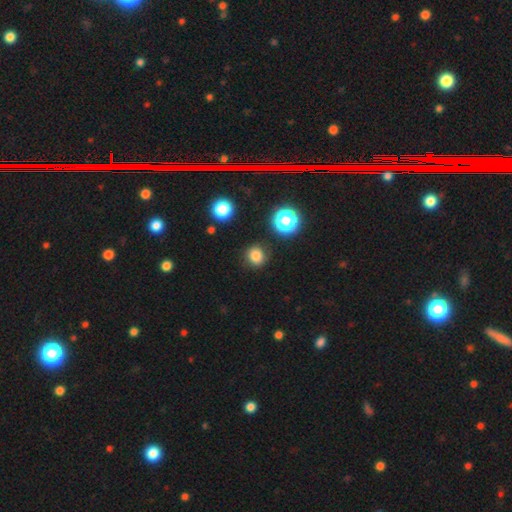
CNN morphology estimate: The model was most divided on "smooth or featured": smooth: 79%, star or artifact: 16%, featured or disk: 5%. More confident: merging — none (86%); how rounded — round (84%).